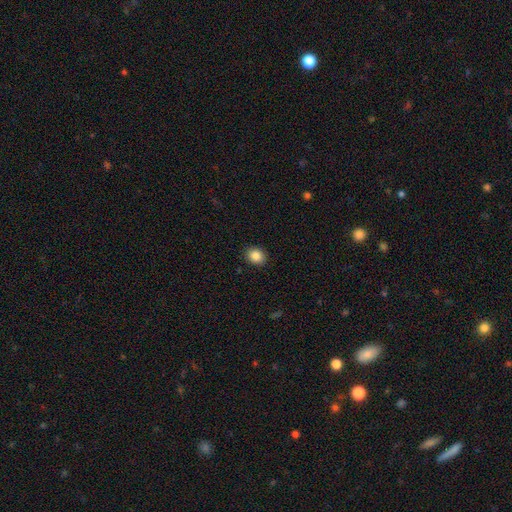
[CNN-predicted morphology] Smooth or featured?
  - smooth: 86% *
  - star or artifact: 9%
  - featured or disk: 5%
How rounded?
  - round: 55% *
  - in between: 44%
  - cigar-shaped: 1%
Merging?
  - none: 90% *
  - minor disturbance: 7%
  - major disturbance: 2%
  - merger: 1%